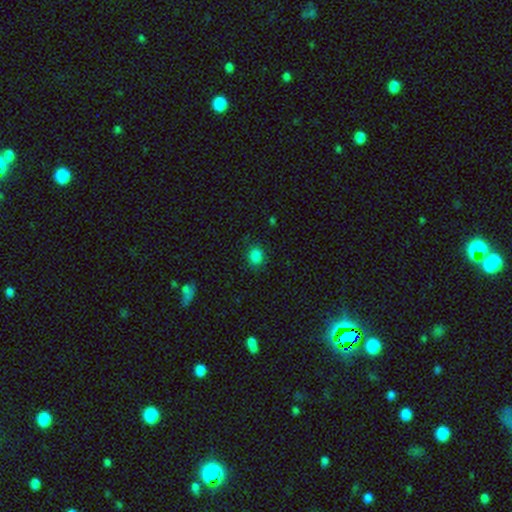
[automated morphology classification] smooth-or-featured: smooth: 84% | star or artifact: 12% | featured or disk: 4%
  how-rounded: round: 57% | in between: 42% | cigar-shaped: 1%
  merging: none: 84% | minor disturbance: 12% | major disturbance: 3% | merger: 1%